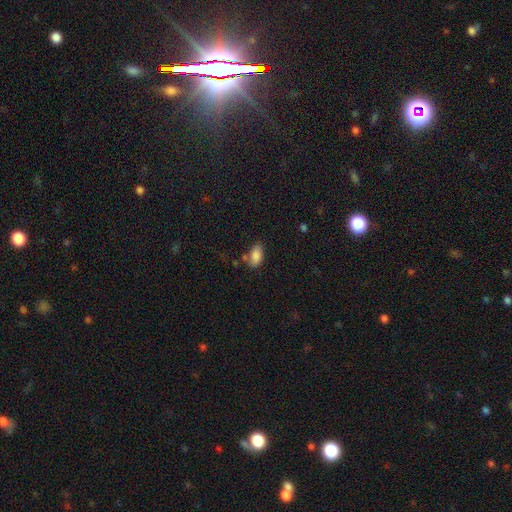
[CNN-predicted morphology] smooth_or_featured: smooth (p=0.85) [alt: star or artifact p=0.08]
how_rounded: in between (p=0.92) [alt: round p=0.04]
merging: none (p=0.63) [alt: minor disturbance p=0.21]